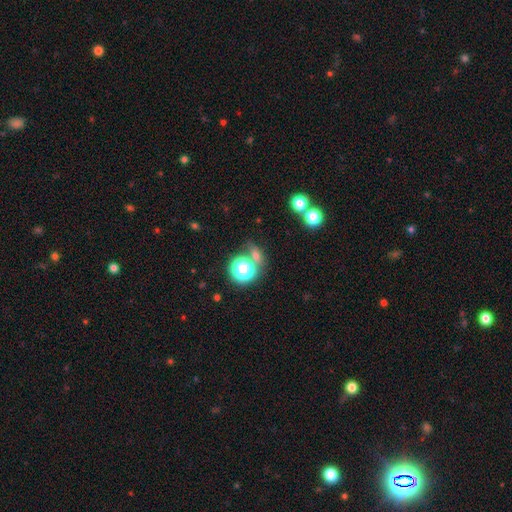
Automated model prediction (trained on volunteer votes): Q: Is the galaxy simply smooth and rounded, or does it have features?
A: smooth — 59%.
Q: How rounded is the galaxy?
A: round — 58%.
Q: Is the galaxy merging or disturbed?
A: none — 65%.